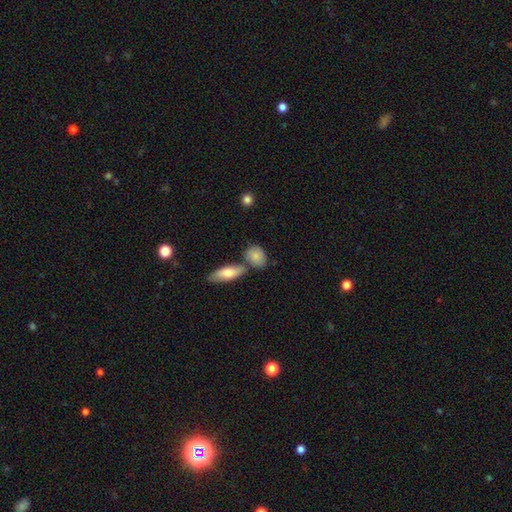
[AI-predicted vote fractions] Q: Smooth or featured?
A: smooth (83%); runner-up: featured or disk (10%)
Q: How rounded?
A: in between (67%); runner-up: round (28%)
Q: Merging?
A: none (60%); runner-up: merger (22%)